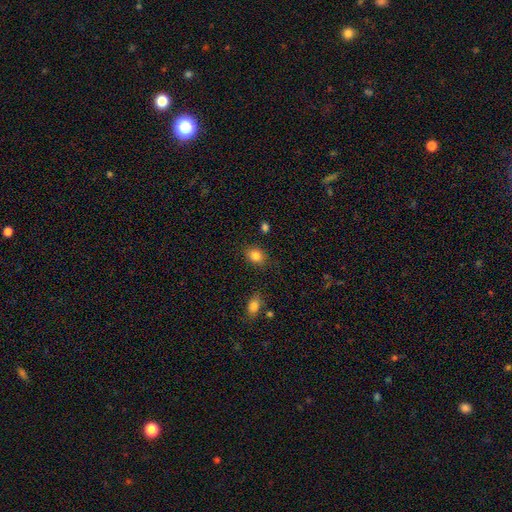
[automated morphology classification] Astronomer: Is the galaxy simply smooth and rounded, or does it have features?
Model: smooth — 84%.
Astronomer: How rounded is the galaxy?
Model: in between — 50% (runner-up: round, 49%).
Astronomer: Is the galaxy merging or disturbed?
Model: none — 84%.